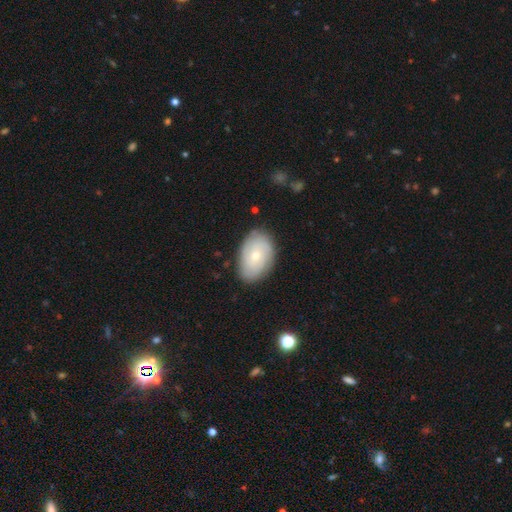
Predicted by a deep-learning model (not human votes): smooth 51%, featured or disk 42%, star or artifact 7%. Down the decision tree: how rounded — in between (86%); merging — none (82%).